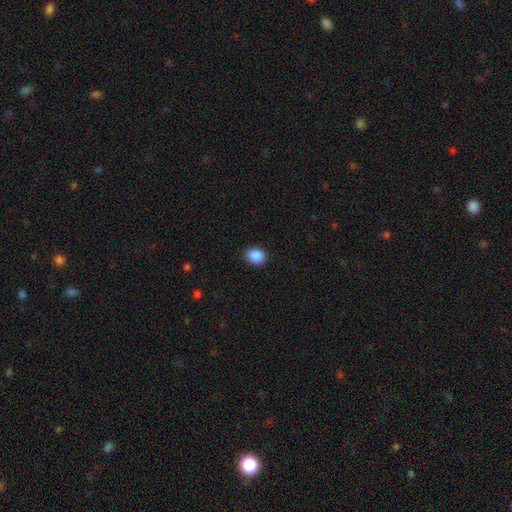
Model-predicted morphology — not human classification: Overall: smooth (89%). How rounded: in between (51%; round 49%). Merging: none (90%).